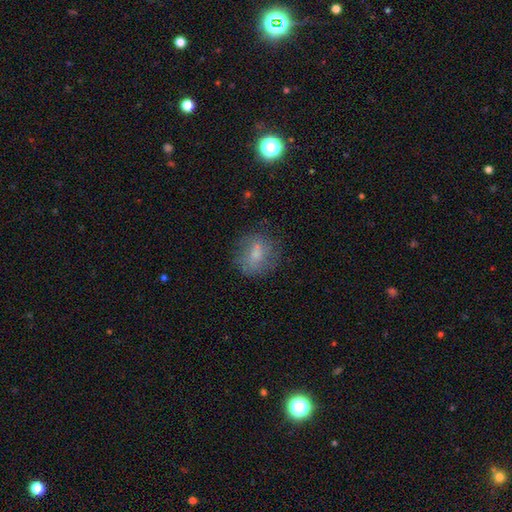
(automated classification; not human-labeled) smooth_or_featured: smooth (p=0.61) [alt: featured or disk p=0.28]
how_rounded: round (p=0.63) [alt: in between p=0.35]
merging: none (p=0.67) [alt: minor disturbance p=0.20]